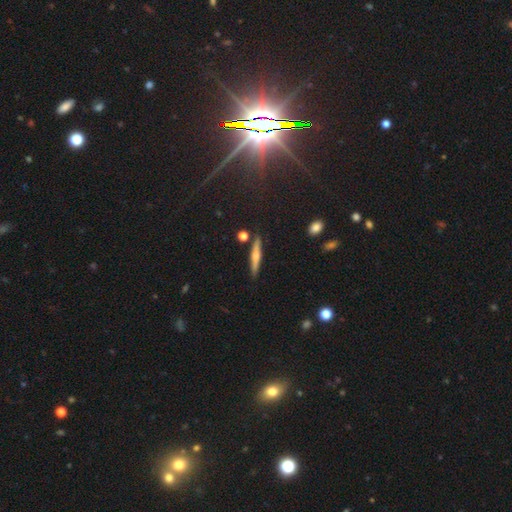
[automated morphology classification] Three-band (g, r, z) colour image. It shows a featured or disk galaxy (53%) viewed edge-on (96%) with a rounded central bulge (83%). Merging: none (86%).